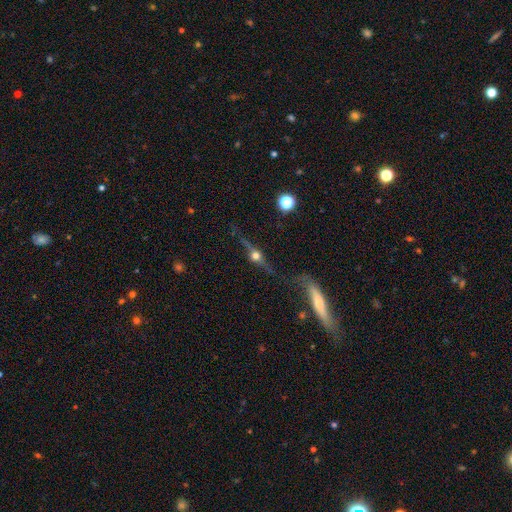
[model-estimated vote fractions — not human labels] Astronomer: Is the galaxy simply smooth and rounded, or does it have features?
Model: featured or disk — 78%.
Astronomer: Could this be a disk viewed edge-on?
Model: yes — 87%.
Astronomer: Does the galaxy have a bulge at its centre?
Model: rounded — 96%.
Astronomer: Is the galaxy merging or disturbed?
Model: none — 73%.